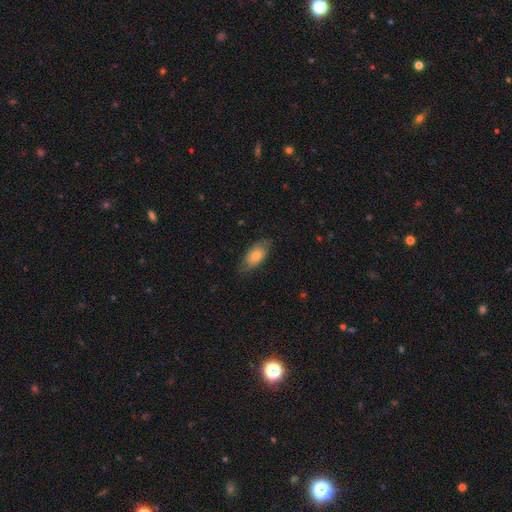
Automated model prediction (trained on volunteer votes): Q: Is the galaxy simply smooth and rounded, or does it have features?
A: smooth — 62%.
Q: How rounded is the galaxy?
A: in between — 87%.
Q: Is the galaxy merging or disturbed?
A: none — 71%.